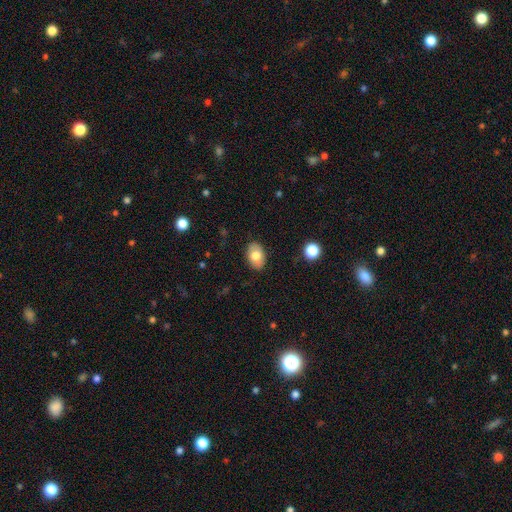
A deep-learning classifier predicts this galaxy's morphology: A smooth galaxy with no disk features (75%) that is in between round and cigar-shaped (86%). Merging: none (87%).